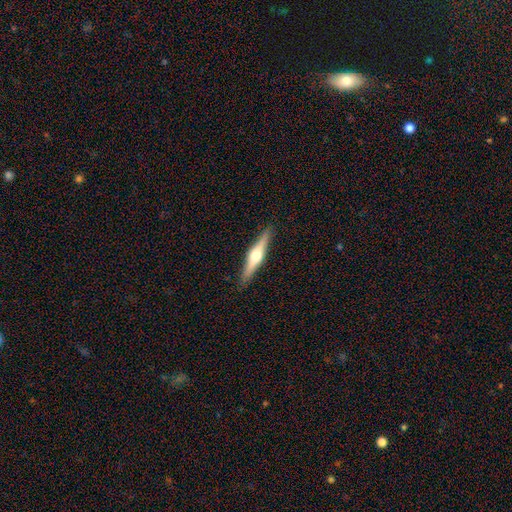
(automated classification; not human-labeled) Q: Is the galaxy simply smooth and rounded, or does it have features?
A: featured or disk — 71%.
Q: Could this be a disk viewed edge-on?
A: yes — 98%.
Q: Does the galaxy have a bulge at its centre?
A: rounded — 93%.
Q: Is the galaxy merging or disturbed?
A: none — 91%.